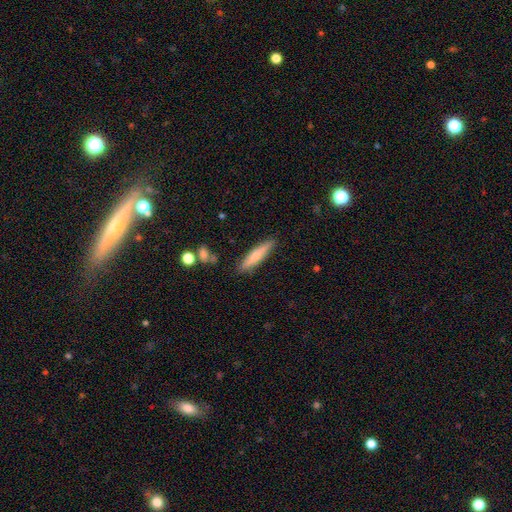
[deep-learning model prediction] Smooth or featured? Predicted: smooth (p=0.70). How rounded? Predicted: cigar-shaped (p=0.85). Merging? Predicted: none (p=0.86).